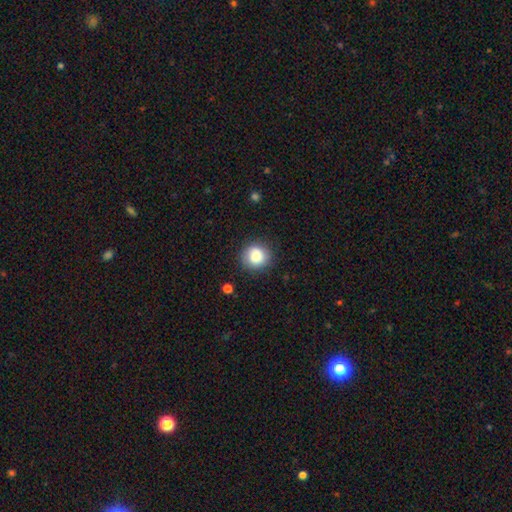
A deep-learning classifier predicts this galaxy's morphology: Smooth or featured? smooth (83%)
How rounded? round (89%)
Merging? none (85%)